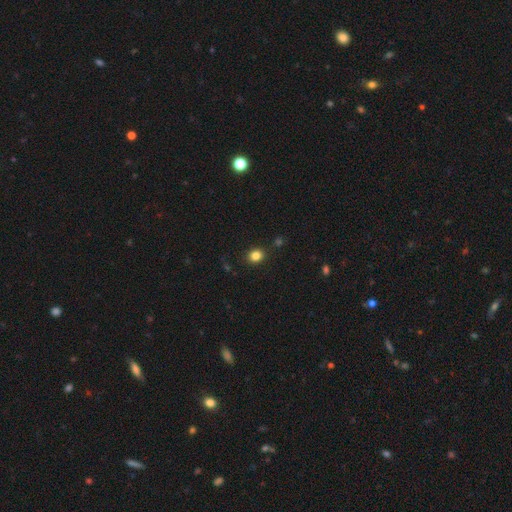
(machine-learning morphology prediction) Smooth or featured?
  - smooth: 83% *
  - star or artifact: 12%
  - featured or disk: 5%
How rounded?
  - round: 63% *
  - in between: 36%
  - cigar-shaped: 1%
Merging?
  - none: 87% *
  - minor disturbance: 8%
  - merger: 2%
  - major disturbance: 2%